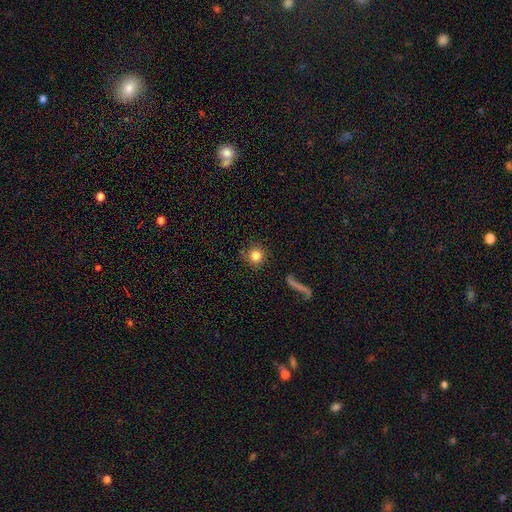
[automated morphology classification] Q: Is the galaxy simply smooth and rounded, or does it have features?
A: smooth — 83%.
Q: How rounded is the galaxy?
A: round — 94%.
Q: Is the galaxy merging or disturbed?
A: none — 85%.